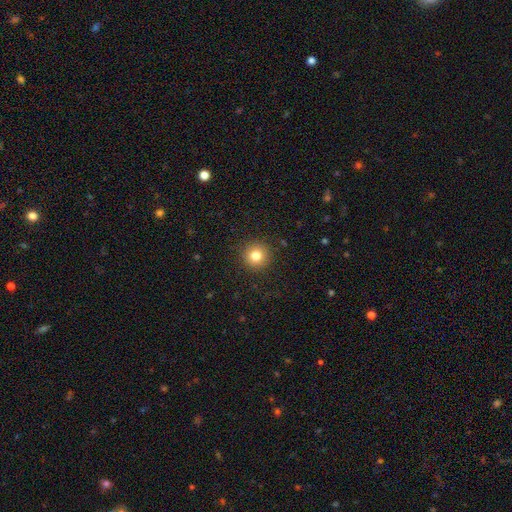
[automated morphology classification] A smooth galaxy with no disk features (80%) that is round (95%).

Vote fractions:
- Smooth or featured? smooth: 80% / star or artifact: 12% / featured or disk: 7%
- How rounded? round: 95% / in between: 4% / cigar-shaped: 1%
- Merging? none: 92% / minor disturbance: 5% / major disturbance: 2% / merger: 1%